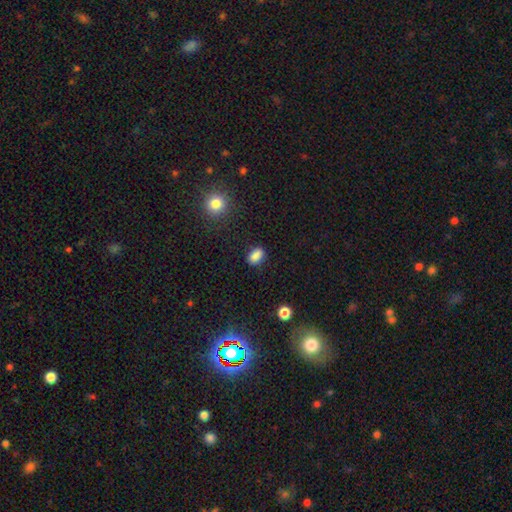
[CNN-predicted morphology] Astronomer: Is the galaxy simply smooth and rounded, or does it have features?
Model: smooth — 86%.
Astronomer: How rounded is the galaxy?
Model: in between — 84%.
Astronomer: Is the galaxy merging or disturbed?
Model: none — 84%.